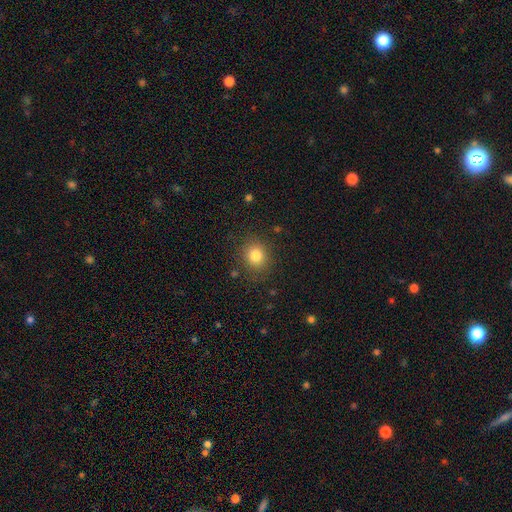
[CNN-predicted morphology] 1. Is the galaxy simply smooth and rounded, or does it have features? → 82% smooth, 12% star or artifact, 7% featured or disk.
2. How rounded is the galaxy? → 78% round, 21% in between, 1% cigar-shaped.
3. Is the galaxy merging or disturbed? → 85% none, 10% minor disturbance, 4% major disturbance, 2% merger.